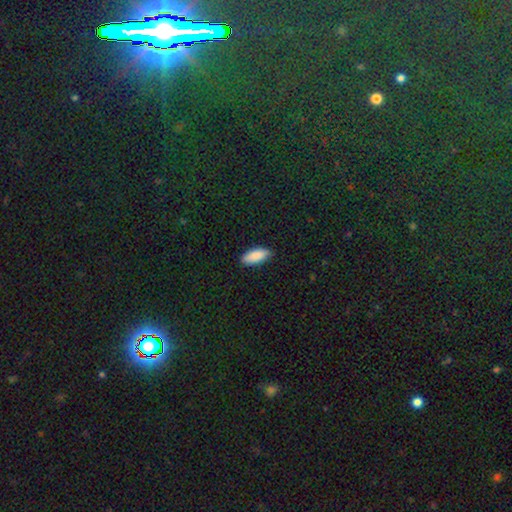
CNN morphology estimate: A smooth galaxy with no disk features (90%) that is in between round and cigar-shaped (83%). Merging: none (87%).